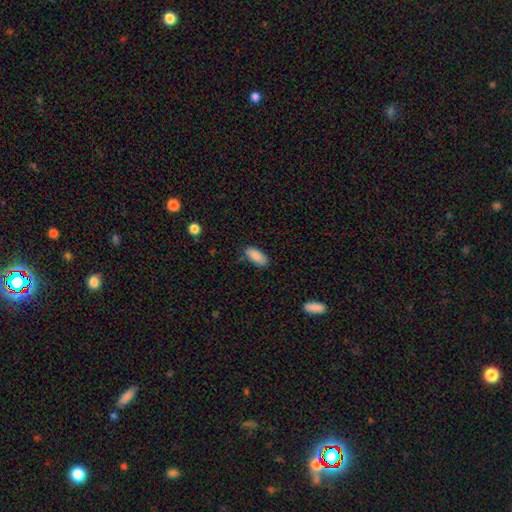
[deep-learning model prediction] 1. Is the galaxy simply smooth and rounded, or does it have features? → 88% smooth, 7% star or artifact, 5% featured or disk.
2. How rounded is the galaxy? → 86% in between, 12% cigar-shaped, 2% round.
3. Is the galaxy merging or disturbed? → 82% none, 14% minor disturbance, 3% major disturbance, 2% merger.